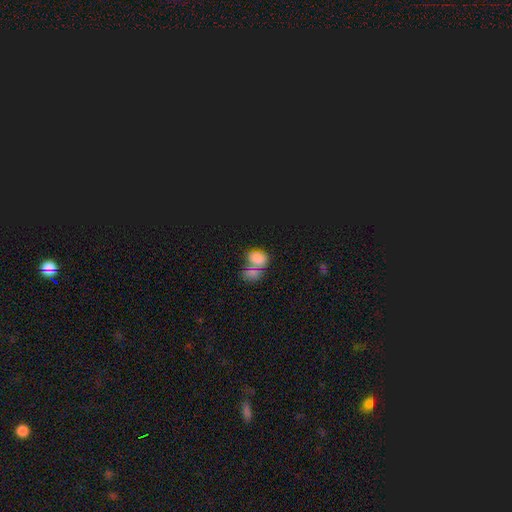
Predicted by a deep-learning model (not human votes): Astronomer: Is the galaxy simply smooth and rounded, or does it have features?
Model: smooth — 69%.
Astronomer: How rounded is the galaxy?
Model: in between — 58% (runner-up: round, 40%).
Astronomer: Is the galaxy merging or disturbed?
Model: merger — 49% (runner-up: none, 34%).